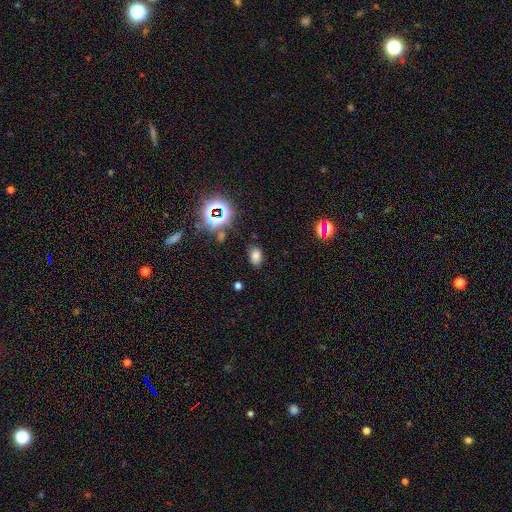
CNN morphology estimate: Q: Smooth or featured?
A: smooth (68%); runner-up: star or artifact (23%)
Q: How rounded?
A: in between (80%); runner-up: round (19%)
Q: Merging?
A: none (80%); runner-up: minor disturbance (14%)